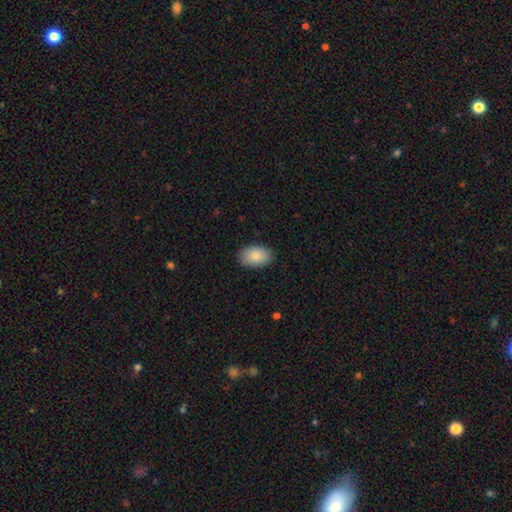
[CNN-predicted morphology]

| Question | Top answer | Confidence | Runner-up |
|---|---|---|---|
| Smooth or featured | smooth | 85% | featured or disk (8%) |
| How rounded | in between | 91% | round (8%) |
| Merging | none | 87% | minor disturbance (10%) |